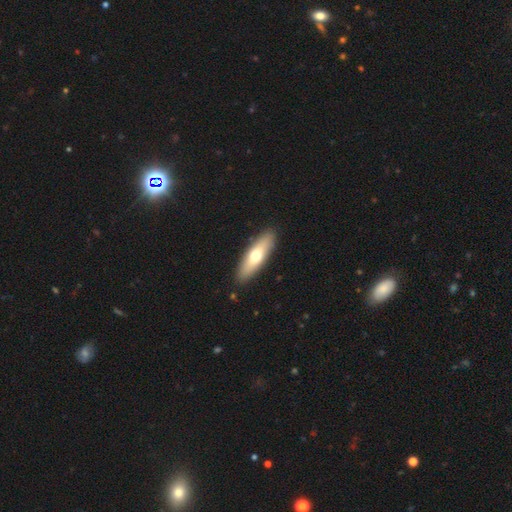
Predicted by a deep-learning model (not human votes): A smooth galaxy with no disk features (61%) that is cigar-shaped (54%). Merging: none (90%).